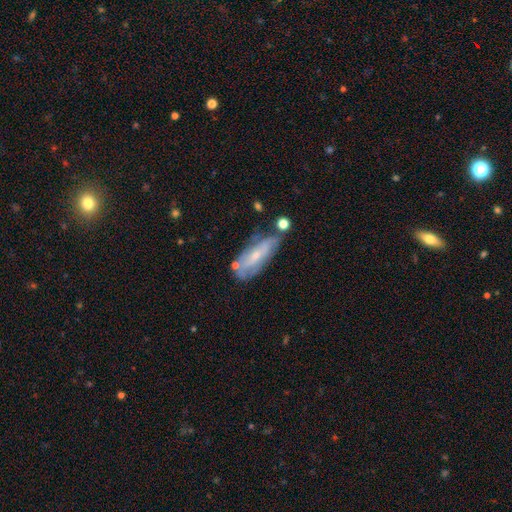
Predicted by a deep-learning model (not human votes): Smooth or featured? featured or disk (62%)
Edge-on disk? no (79%)
Merging? none (57%)